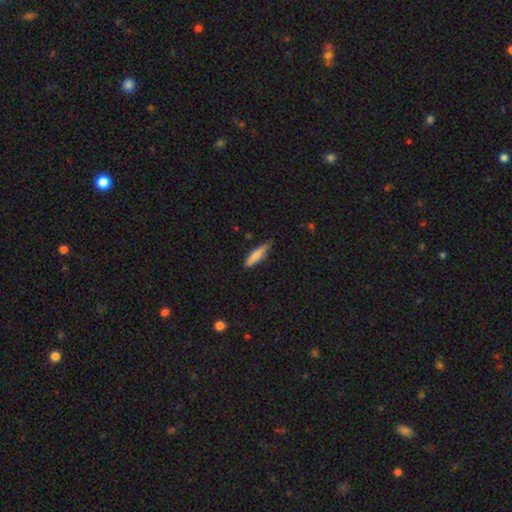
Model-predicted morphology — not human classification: This is likely a smooth galaxy (76%). How rounded: likely cigar-shaped (78%). Merging: likely none (72%).